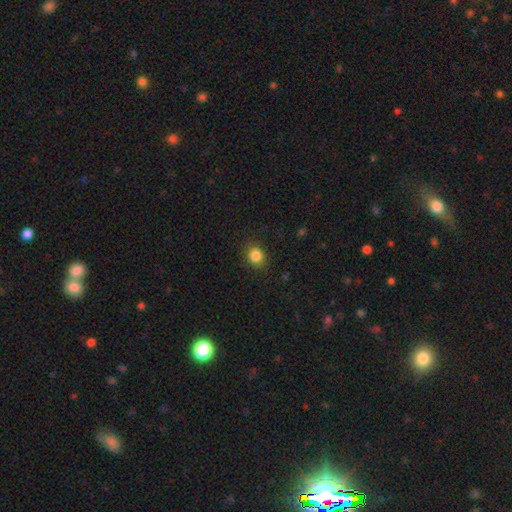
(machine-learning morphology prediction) A smooth galaxy with no disk features (85%) that is round (72%). Merging: none (87%).